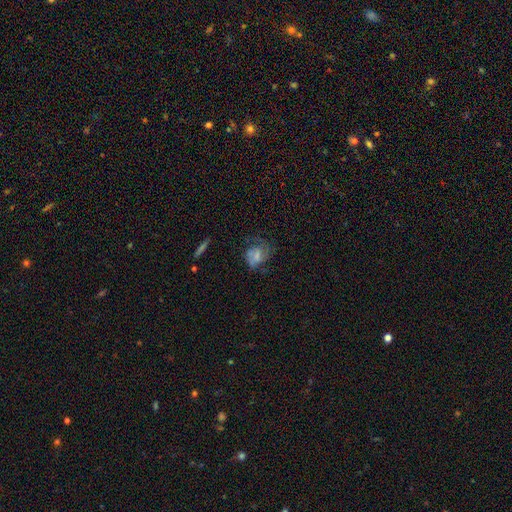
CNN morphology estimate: The model was most divided on "smooth or featured": smooth: 48%, featured or disk: 42%, star or artifact: 10%. Remaining: merging — none (40%).